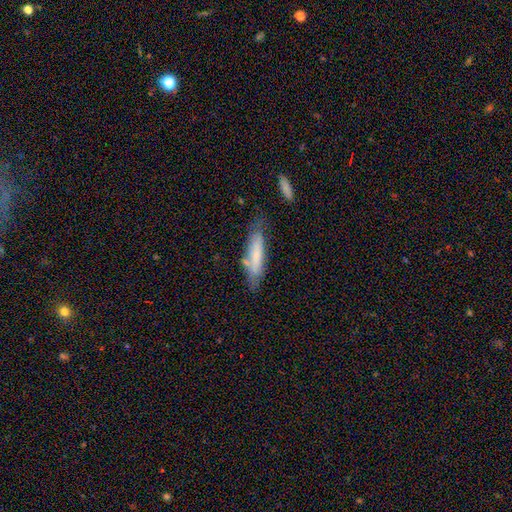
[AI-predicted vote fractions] Smooth or featured? smooth (66%)
How rounded? cigar-shaped (74%)
Merging? none (61%)